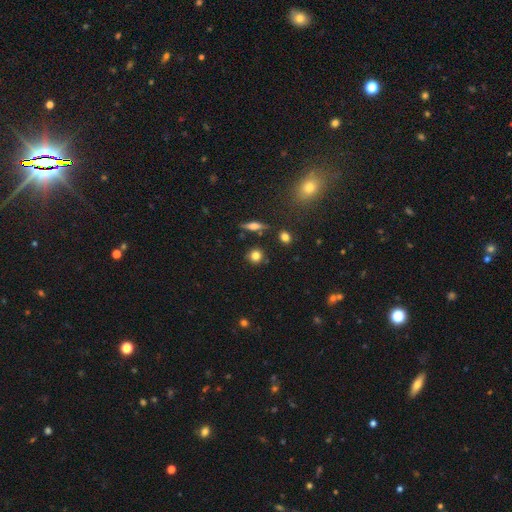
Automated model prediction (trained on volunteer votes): smooth 79%, star or artifact 12%, featured or disk 9%. Down the decision tree: how rounded — round (89%); merging — none (84%).